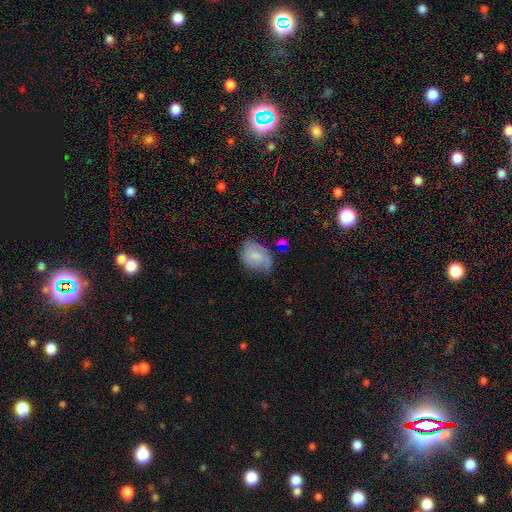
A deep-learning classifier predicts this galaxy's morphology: type=smooth (64%); roundness=in between (72%); merging=none (43%).